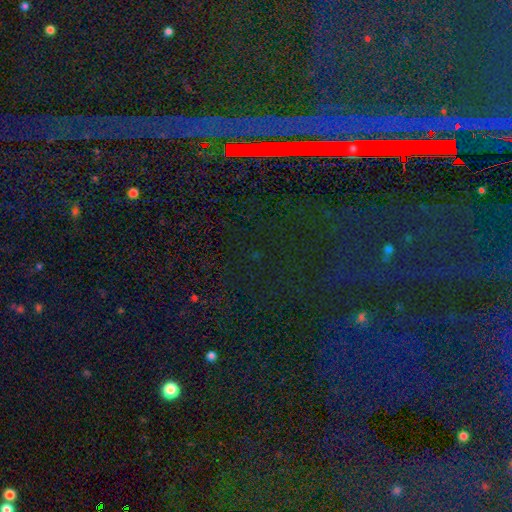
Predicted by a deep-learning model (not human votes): A star or artifact, not a galaxy (85%).

Vote fractions:
- Smooth or featured? star or artifact: 85% / smooth: 8% / featured or disk: 7%